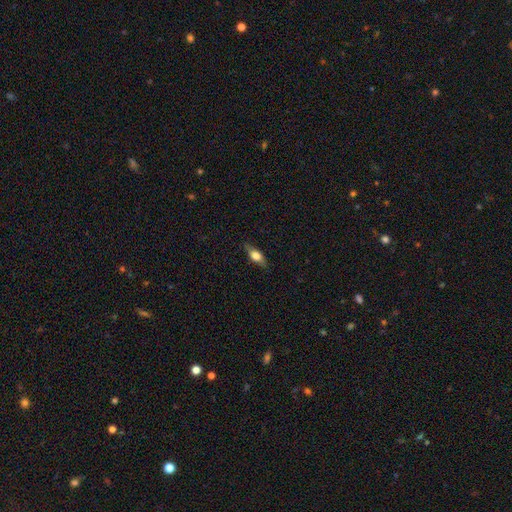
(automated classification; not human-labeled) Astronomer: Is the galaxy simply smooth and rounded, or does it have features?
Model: smooth — 57% (runner-up: featured or disk, 36%).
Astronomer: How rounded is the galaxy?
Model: in between — 63%.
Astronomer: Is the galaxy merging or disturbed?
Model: none — 83%.